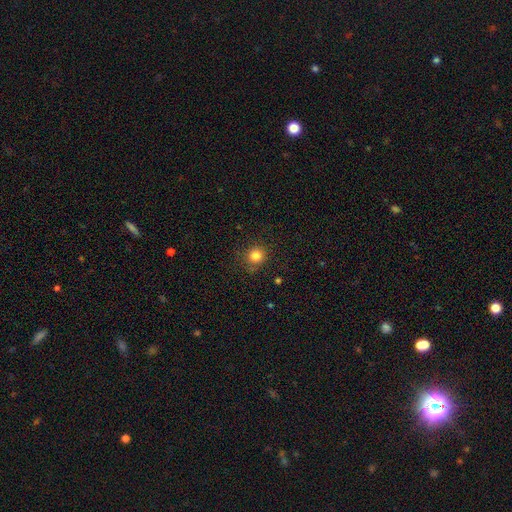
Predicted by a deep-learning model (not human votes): Overall: smooth (82%). How rounded: round (91%). Merging: none (86%).